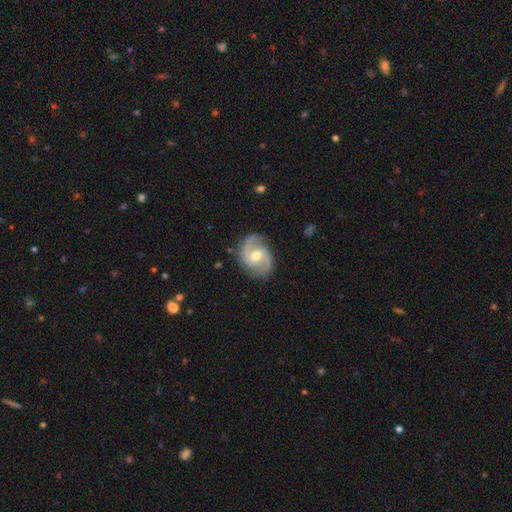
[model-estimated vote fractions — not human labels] Morphology: type=featured or disk (86%); edge-on=no (97%); bar=weak (47%); spiral arms=yes (96%); winding=medium (53%); arm count=2 (89%); bulge=moderate (62%); merging=none (78%).